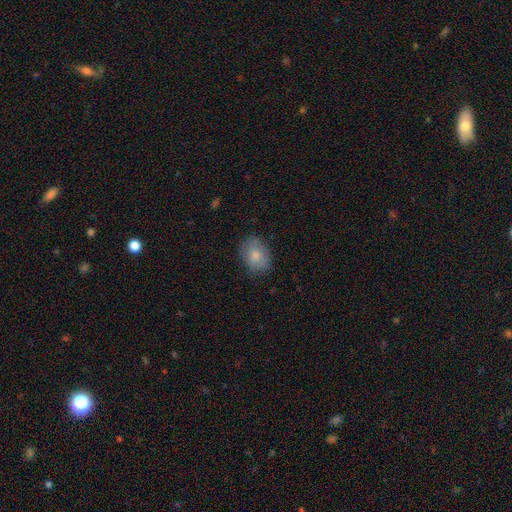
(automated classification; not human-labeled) This is likely a smooth galaxy (79%). How rounded: likely in between (74%). Merging: likely none (77%).